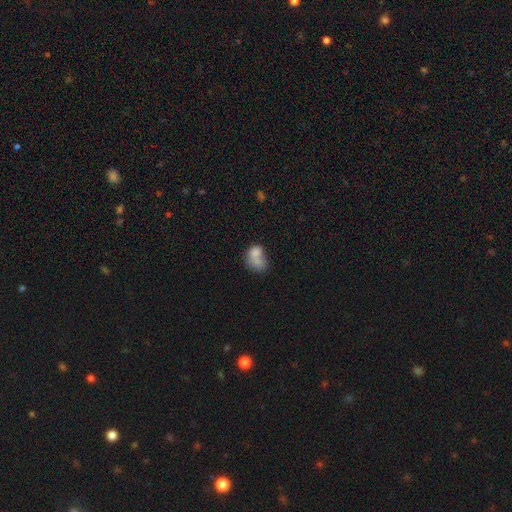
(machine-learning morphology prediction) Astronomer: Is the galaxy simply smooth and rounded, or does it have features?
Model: smooth — 72%.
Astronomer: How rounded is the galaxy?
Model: in between — 68%.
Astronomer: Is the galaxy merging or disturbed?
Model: merger — 49%.